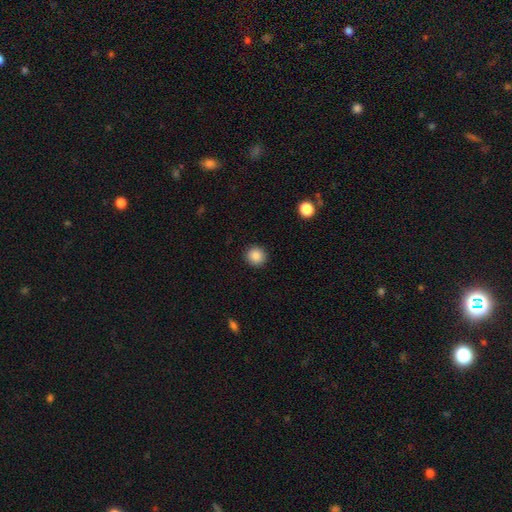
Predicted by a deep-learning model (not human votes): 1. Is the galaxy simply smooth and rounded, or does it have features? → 87% smooth, 9% star or artifact, 4% featured or disk.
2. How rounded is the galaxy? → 93% round, 6% in between, 1% cigar-shaped.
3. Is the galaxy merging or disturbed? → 92% none, 5% minor disturbance, 2% major disturbance, 1% merger.